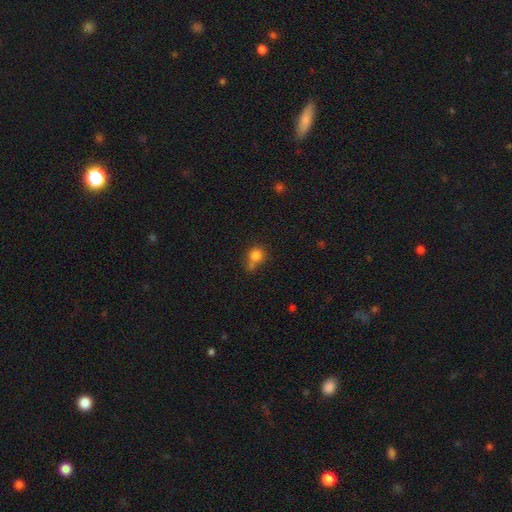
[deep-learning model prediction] smooth 81%, star or artifact 11%, featured or disk 8%. Down the decision tree: how rounded — round (86%); merging — none (53%).